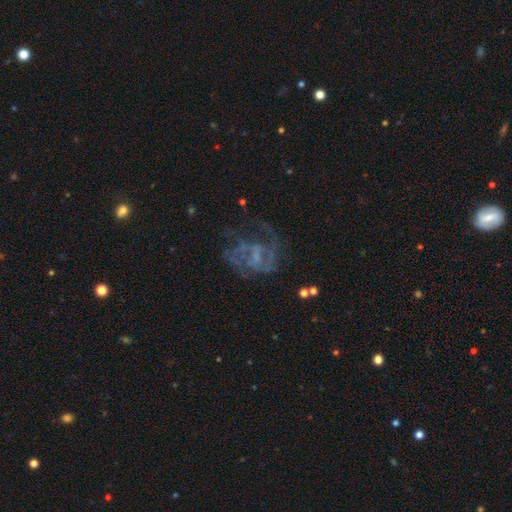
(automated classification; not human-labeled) Smooth or featured? featured or disk (69%)
Edge-on disk? no (98%)
Bar? no (57%)
Spiral arms? yes (61%)
Bulge size? none (51%)
Merging? none (41%)